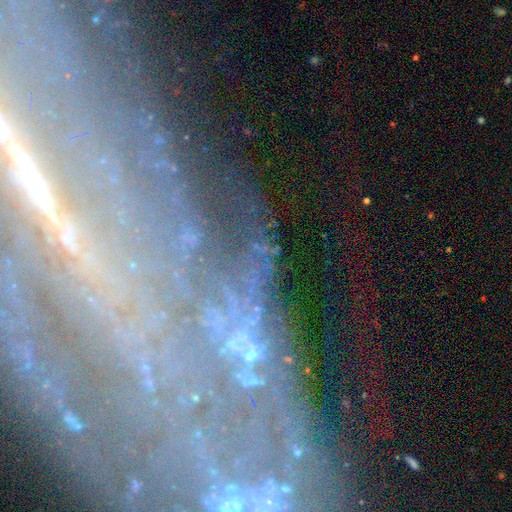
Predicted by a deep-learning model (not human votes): star or artifact 49%, featured or disk 37%, smooth 13%.